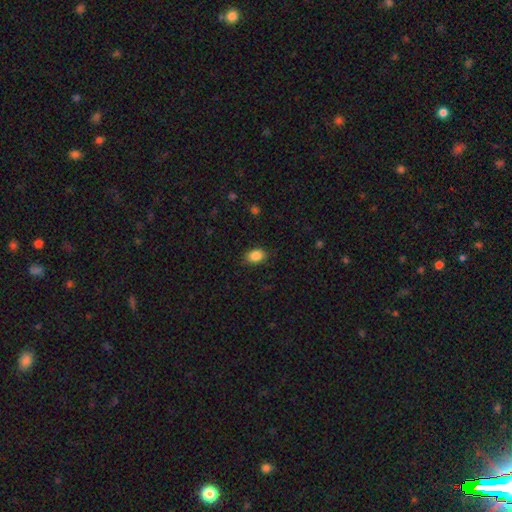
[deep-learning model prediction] Overall: smooth (87%). How rounded: in between (79%). Merging: none (84%).